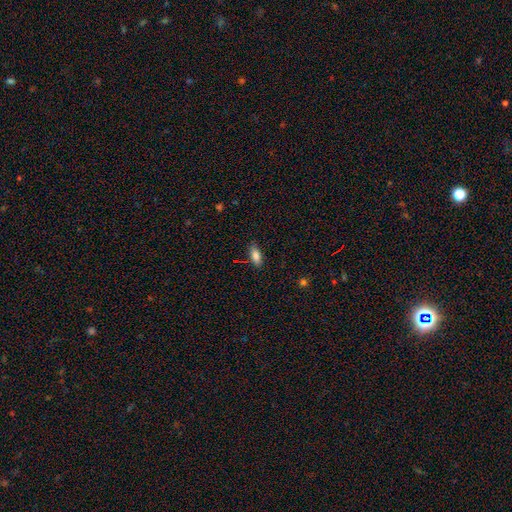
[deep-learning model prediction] This is clearly a smooth galaxy (81%). How rounded: clearly in between (80%). Merging: clearly none (84%).